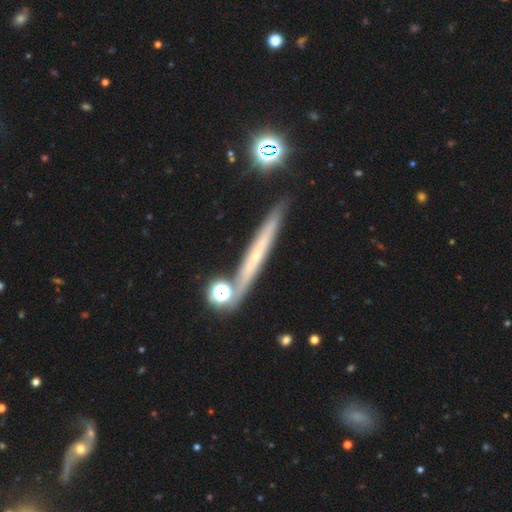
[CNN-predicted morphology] Smooth or featured? Predicted: featured or disk (p=0.56). Edge-on disk? Predicted: yes (p=0.92). Edge-on bulge? Predicted: none (p=0.73). Merging? Predicted: none (p=0.81).